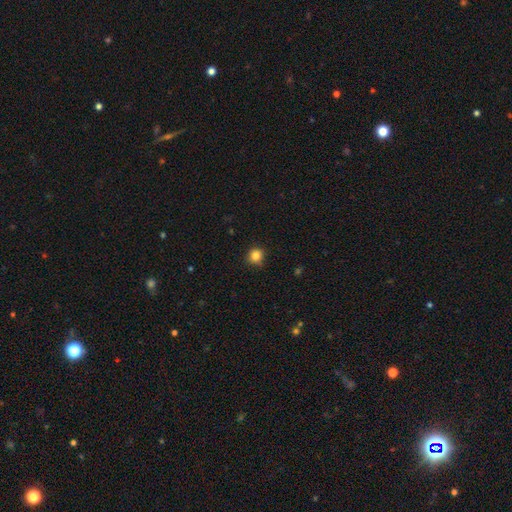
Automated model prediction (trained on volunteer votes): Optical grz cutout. It shows a smooth galaxy with no disk features (84%) that is round (92%). Merging: none (85%).